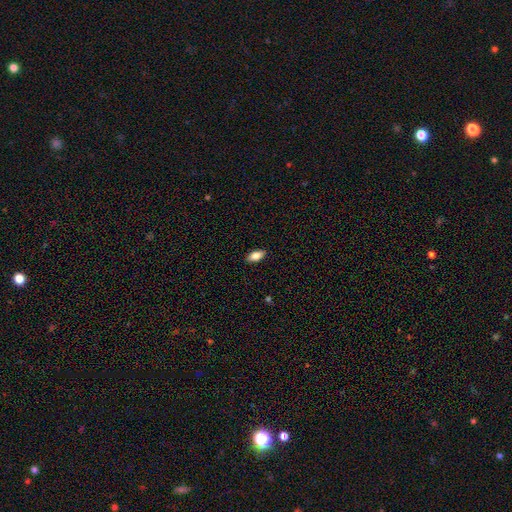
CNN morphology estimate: A smooth galaxy with no disk features (82%) that is in between round and cigar-shaped (89%). Merging: none (89%).